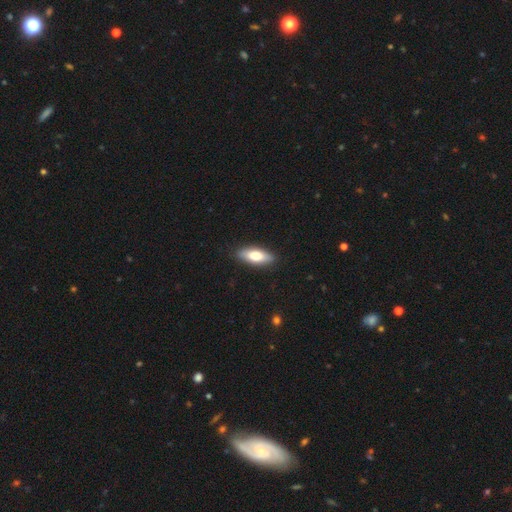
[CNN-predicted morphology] This is likely a smooth galaxy (71%). How rounded: likely in between (68%). Merging: clearly none (89%).